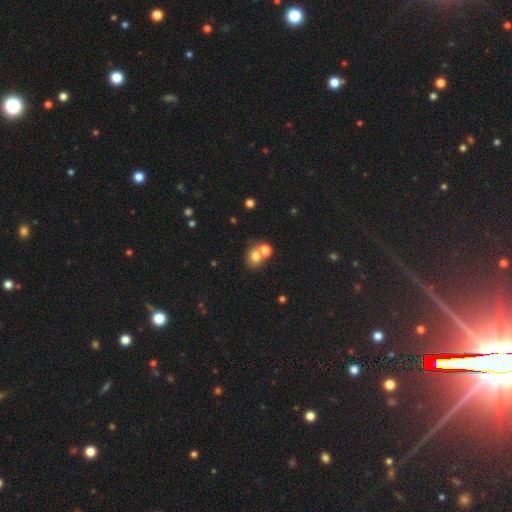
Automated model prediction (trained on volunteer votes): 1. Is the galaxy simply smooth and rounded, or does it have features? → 73% smooth, 14% star or artifact, 13% featured or disk.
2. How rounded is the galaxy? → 62% round, 37% in between, 1% cigar-shaped.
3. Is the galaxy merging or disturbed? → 49% merger, 39% none, 8% minor disturbance, 4% major disturbance.